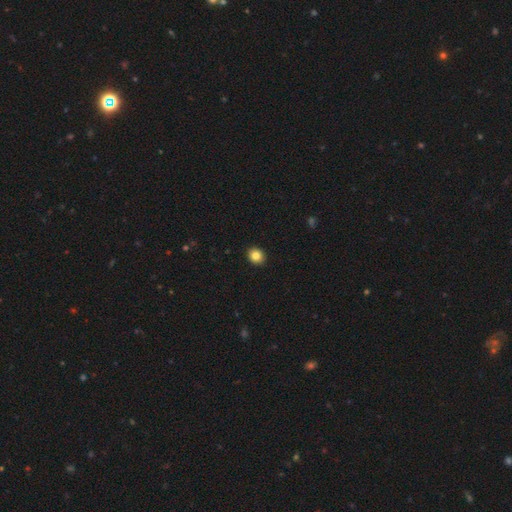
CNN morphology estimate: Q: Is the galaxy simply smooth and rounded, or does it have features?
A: smooth — 84%.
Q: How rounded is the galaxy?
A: round — 72%.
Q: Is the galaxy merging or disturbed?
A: none — 92%.